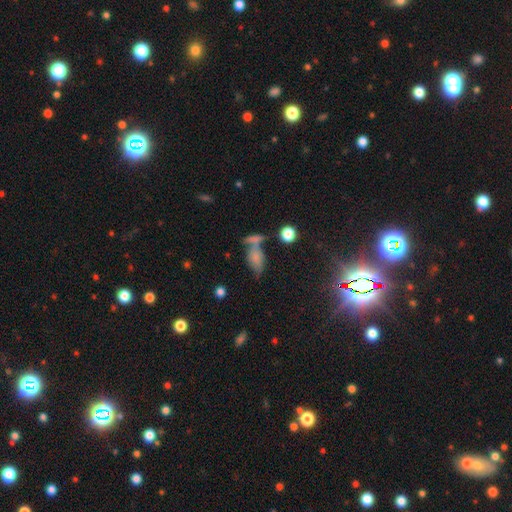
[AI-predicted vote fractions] This appears to be a smooth galaxy with no disk features (65%) that is in between round and cigar-shaped (78%). Merging: merger (40%).